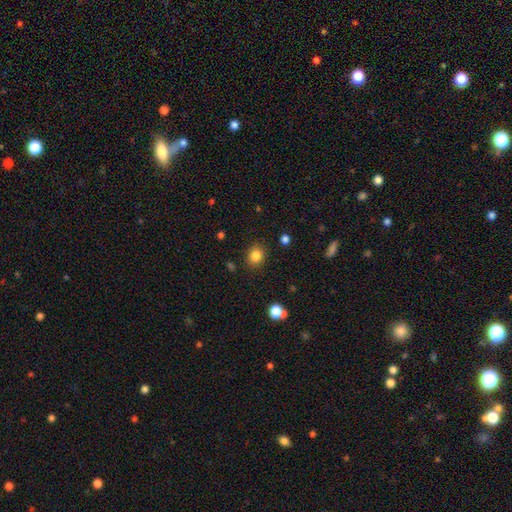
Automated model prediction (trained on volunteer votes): Overall: smooth (84%). How rounded: round (67%; in between 33%). Merging: none (86%).